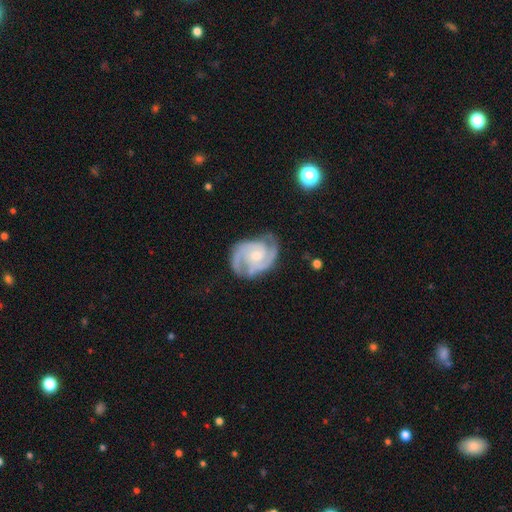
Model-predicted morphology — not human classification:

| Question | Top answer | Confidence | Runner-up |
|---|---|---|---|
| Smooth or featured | featured or disk | 91% | smooth (5%) |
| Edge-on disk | no | 98% | yes (2%) |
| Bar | no | 65% | weak (29%) |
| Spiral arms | yes | 98% | no (2%) |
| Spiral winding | tight | 47% | medium (45%) |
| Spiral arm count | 2 | 58% | 3 (28%) |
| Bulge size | small | 50% | moderate (44%) |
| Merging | none | 70% | minor disturbance (21%) |